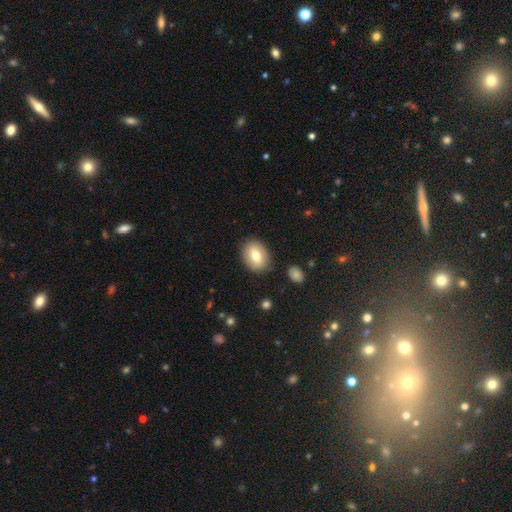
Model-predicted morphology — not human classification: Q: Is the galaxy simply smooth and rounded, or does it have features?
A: smooth — 74%.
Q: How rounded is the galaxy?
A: in between — 70%.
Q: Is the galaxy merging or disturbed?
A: none — 85%.